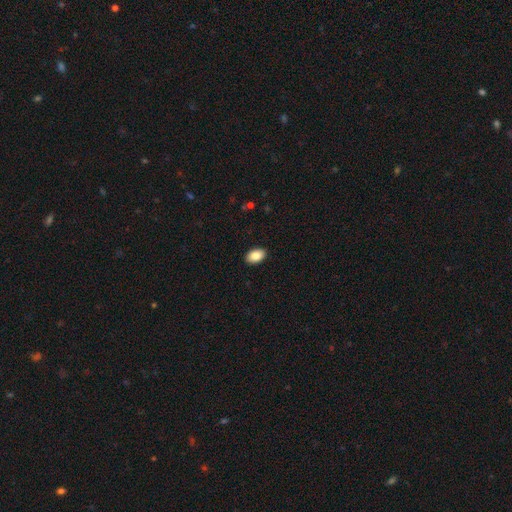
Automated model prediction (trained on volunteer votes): Smooth or featured: smooth — 86% (star or artifact — 7%)
How rounded: in between — 92% (round — 7%)
Merging: none — 90% (minor disturbance — 7%)